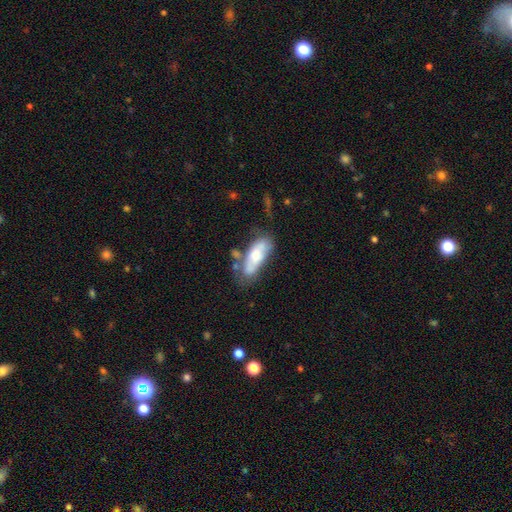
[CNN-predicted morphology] Smooth or featured? smooth (56%)
How rounded? in between (75%)
Merging? none (47%)